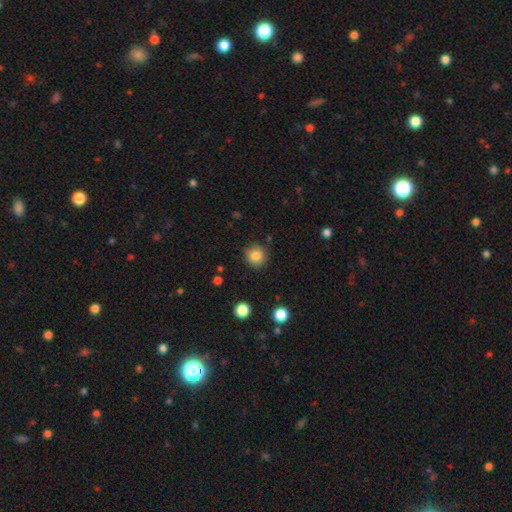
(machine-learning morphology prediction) smooth 84%, star or artifact 10%, featured or disk 6%. Down the decision tree: how rounded — round (92%); merging — none (87%).